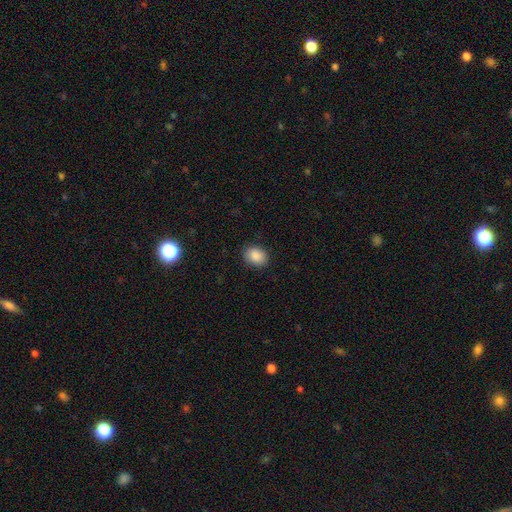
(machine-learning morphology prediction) Smooth or featured? Predicted: smooth (p=0.88). How rounded? Predicted: in between (p=0.63). Merging? Predicted: none (p=0.87).